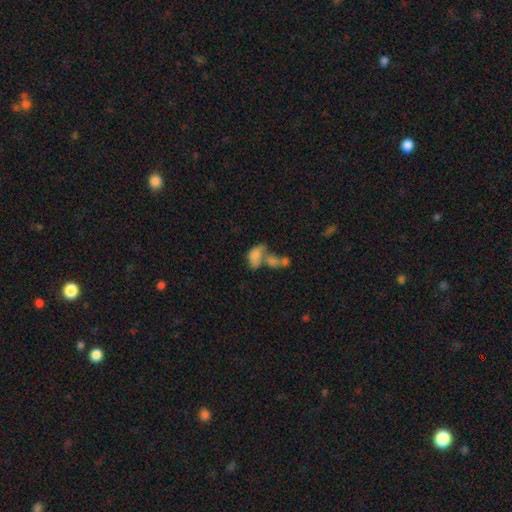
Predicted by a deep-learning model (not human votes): smooth 69%, featured or disk 20%, star or artifact 11%. Down the decision tree: how rounded — in between (88%); merging — merger (59%).